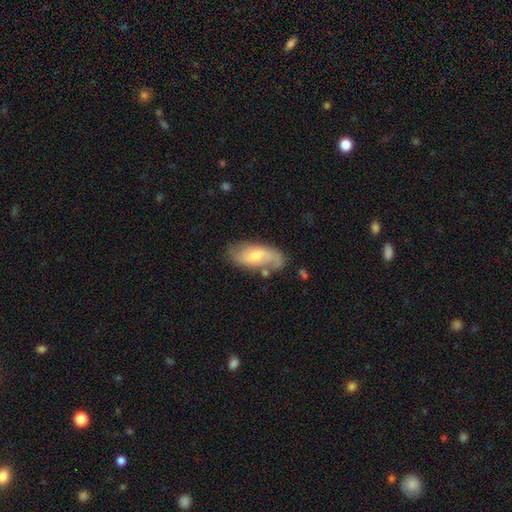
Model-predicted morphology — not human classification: A featured or disk galaxy (55%).

Vote fractions:
- Smooth or featured? featured or disk: 55% / smooth: 38% / star or artifact: 7%
- Edge-on disk? no: 90% / yes: 10%
- Merging? none: 61% / minor disturbance: 24% / major disturbance: 9% / merger: 6%